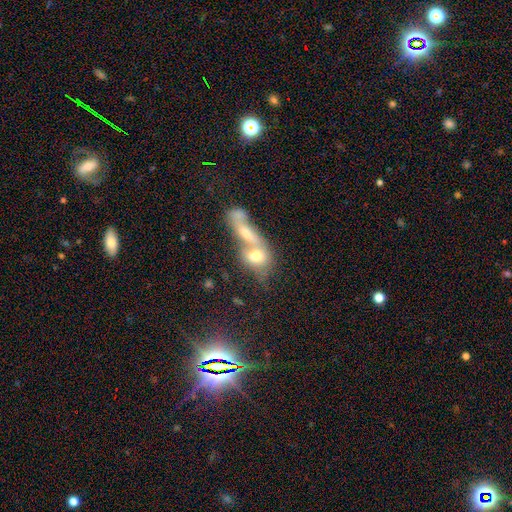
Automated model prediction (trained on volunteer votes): Overall: smooth (65%). How rounded: in between (50%; round 43%). Merging: merger (70%).